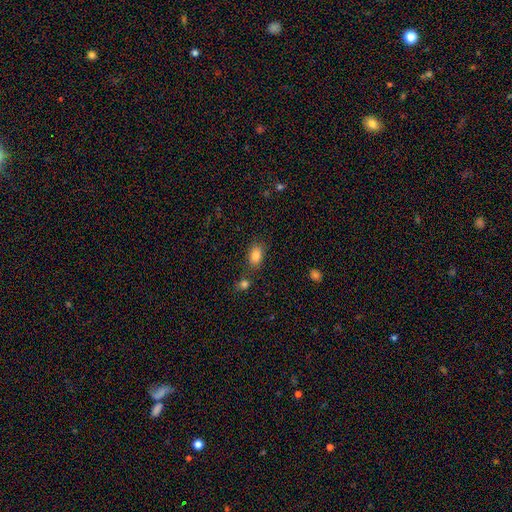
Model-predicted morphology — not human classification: smooth_or_featured: smooth (p=0.84) [alt: star or artifact p=0.10]
how_rounded: in between (p=0.80) [alt: round p=0.18]
merging: none (p=0.75) [alt: minor disturbance p=0.12]